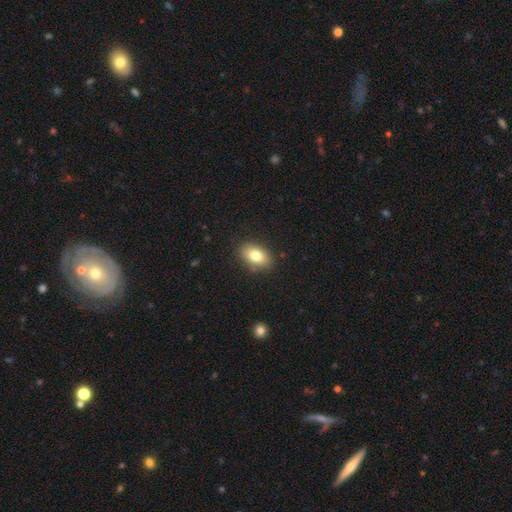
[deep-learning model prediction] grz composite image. It shows a smooth galaxy with no disk features (79%) that is in between round and cigar-shaped (87%). Merging: none (85%).